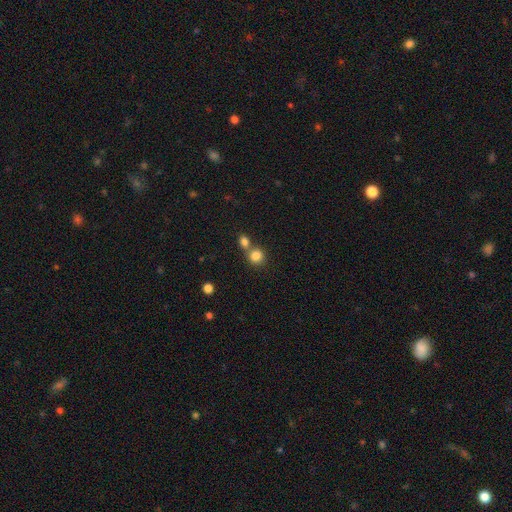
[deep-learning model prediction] smooth 83%, star or artifact 11%, featured or disk 6%. Down the decision tree: how rounded — round (84%); merging — none (50%).